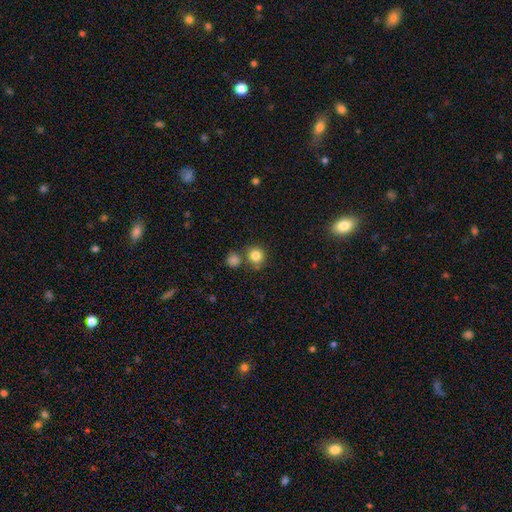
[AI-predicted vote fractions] smooth_or_featured: smooth (p=0.83) [alt: star or artifact p=0.11]
how_rounded: round (p=0.91) [alt: in between p=0.08]
merging: none (p=0.72) [alt: merger p=0.16]